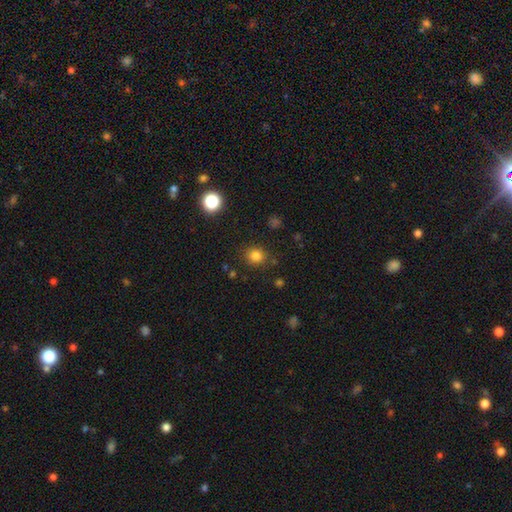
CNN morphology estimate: Smooth or featured? smooth (81%)
How rounded? round (83%)
Merging? none (85%)